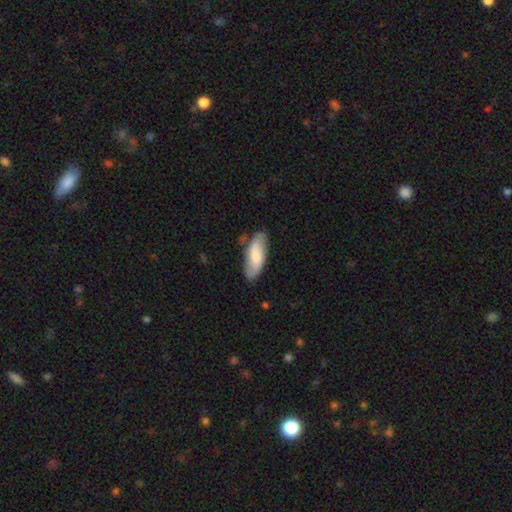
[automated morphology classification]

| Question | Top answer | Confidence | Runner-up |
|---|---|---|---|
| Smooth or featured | smooth | 66% | featured or disk (29%) |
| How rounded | in between | 74% | cigar-shaped (24%) |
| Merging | none | 76% | minor disturbance (18%) |